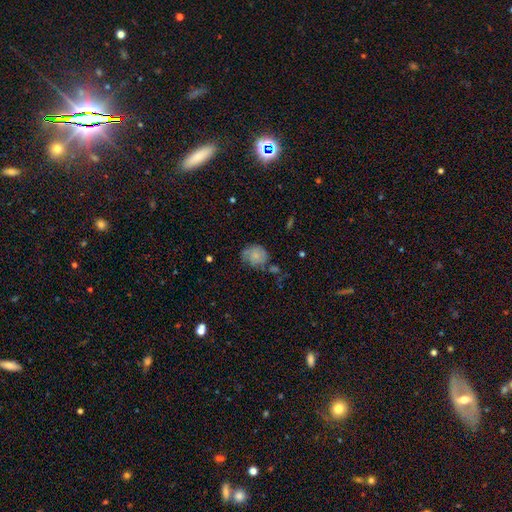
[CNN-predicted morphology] A smooth galaxy with no disk features (59%) that is round (60%). Merging: none (43%).